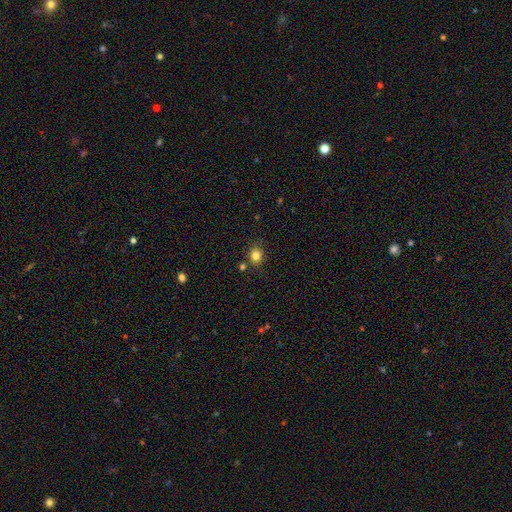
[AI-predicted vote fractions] This appears to be a smooth galaxy with no disk features (82%) that is round (76%). Merging: none (81%).